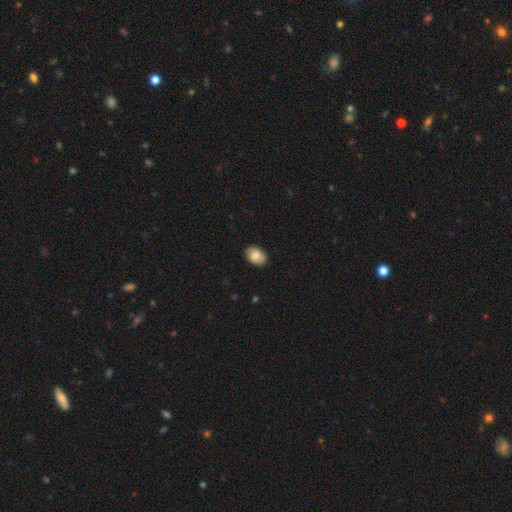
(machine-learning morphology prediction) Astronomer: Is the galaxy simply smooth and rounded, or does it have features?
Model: smooth — 75%.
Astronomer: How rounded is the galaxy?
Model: in between — 85%.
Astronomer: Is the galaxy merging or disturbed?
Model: none — 85%.